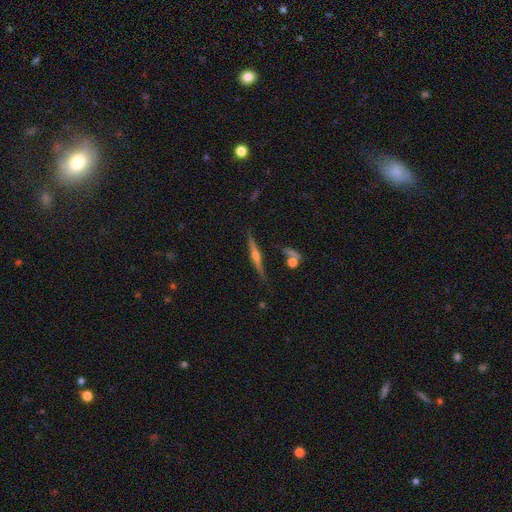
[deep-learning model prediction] smooth_or_featured: featured or disk (p=0.79) [alt: smooth p=0.13]
disk_edge_on: yes (p=0.98) [alt: no p=0.02]
edge_on_bulge: rounded (p=0.88) [alt: none p=0.06]
merging: none (p=0.84) [alt: minor disturbance p=0.10]